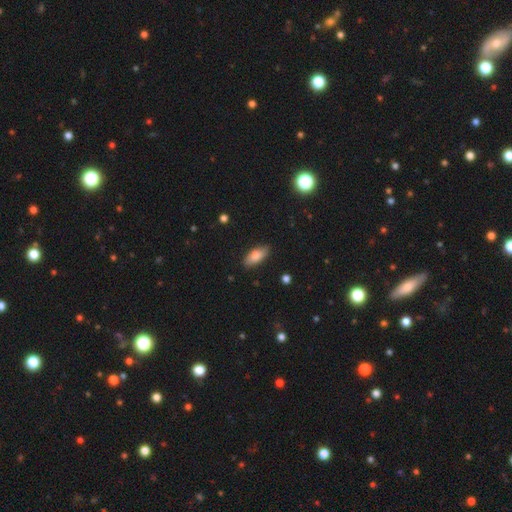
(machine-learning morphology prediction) Overall: smooth (83%). How rounded: in between (82%). Merging: none (85%).